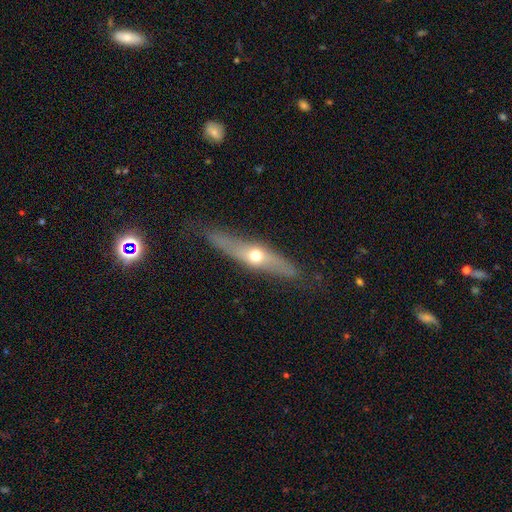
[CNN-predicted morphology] smooth-or-featured: featured or disk: 60% | smooth: 34% | star or artifact: 7%
  disk-edge-on: yes: 81% | no: 19%
  merging: none: 84% | minor disturbance: 11% | major disturbance: 3% | merger: 1%